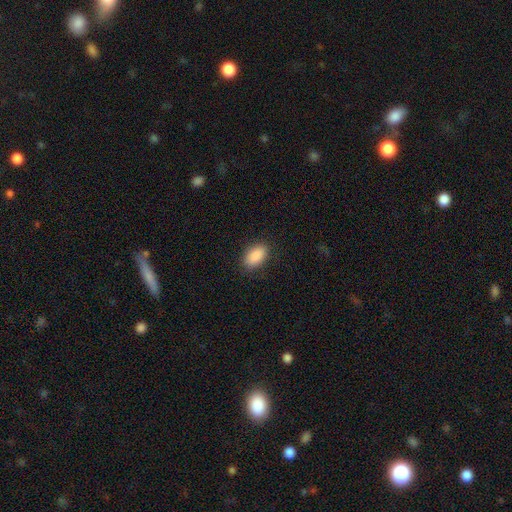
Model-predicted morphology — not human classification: Smooth or featured? Predicted: smooth (p=0.90). How rounded? Predicted: in between (p=0.93). Merging? Predicted: none (p=0.87).